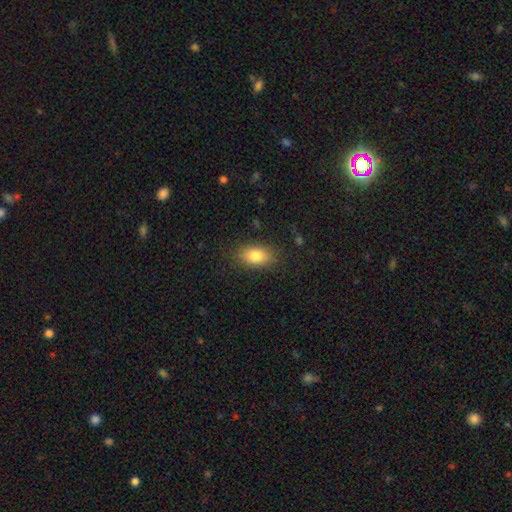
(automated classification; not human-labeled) A smooth galaxy with no disk features (83%) that is in between round and cigar-shaped (89%).

Vote fractions:
- Smooth or featured? smooth: 83% / featured or disk: 9% / star or artifact: 8%
- How rounded? in between: 89% / round: 9% / cigar-shaped: 3%
- Merging? none: 84% / minor disturbance: 12% / major disturbance: 4% / merger: 1%